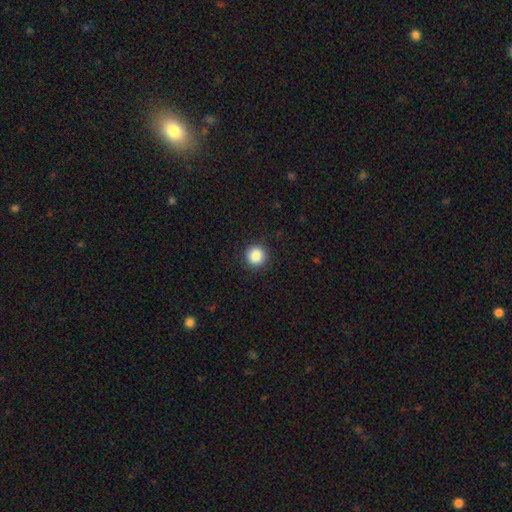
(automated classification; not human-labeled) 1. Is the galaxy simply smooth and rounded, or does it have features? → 87% smooth, 9% star or artifact, 3% featured or disk.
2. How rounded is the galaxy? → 94% round, 5% in between, 1% cigar-shaped.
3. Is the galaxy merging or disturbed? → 92% none, 6% minor disturbance, 2% major disturbance, 1% merger.